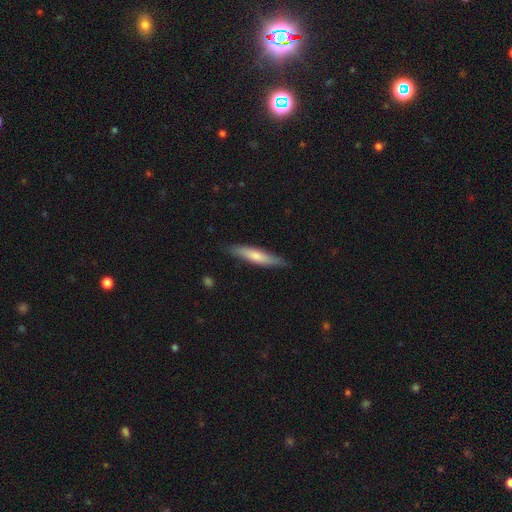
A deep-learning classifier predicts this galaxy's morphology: Q: Smooth or featured?
A: smooth (63%); runner-up: featured or disk (31%)
Q: How rounded?
A: cigar-shaped (88%); runner-up: in between (11%)
Q: Merging?
A: none (87%); runner-up: minor disturbance (10%)